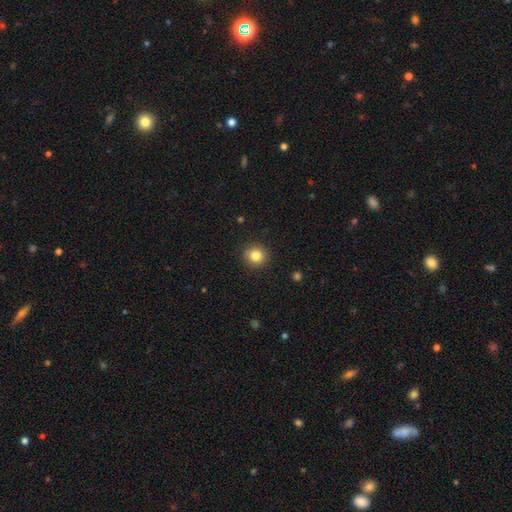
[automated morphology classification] The model was most divided on "smooth or featured": smooth: 83%, star or artifact: 11%, featured or disk: 6%. More confident: merging — none (91%); how rounded — round (90%).